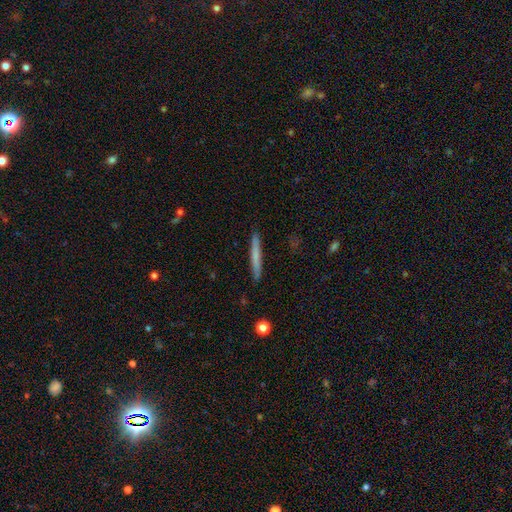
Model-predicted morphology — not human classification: smooth_or_featured: smooth (p=0.65) [alt: featured or disk p=0.29]
how_rounded: cigar-shaped (p=0.97) [alt: in between p=0.02]
merging: none (p=0.91) [alt: minor disturbance p=0.06]